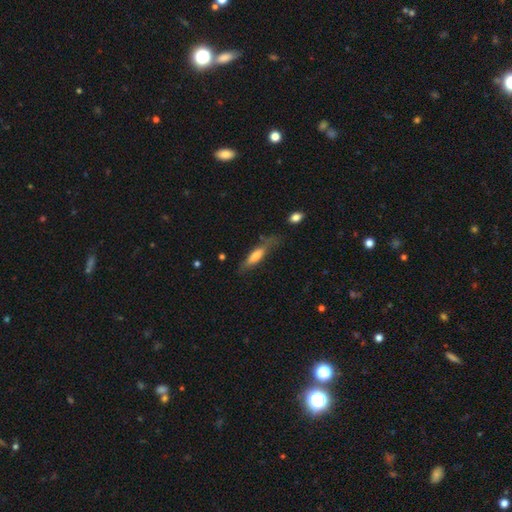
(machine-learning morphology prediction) This is likely a smooth galaxy (62%). How rounded: likely cigar-shaped (64%). Merging: possibly none (57%).